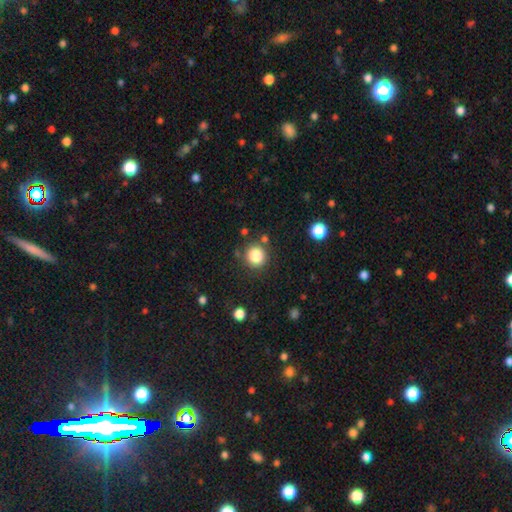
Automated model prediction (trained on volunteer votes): A smooth galaxy with no disk features (84%) that is round (93%). Merging: none (85%).